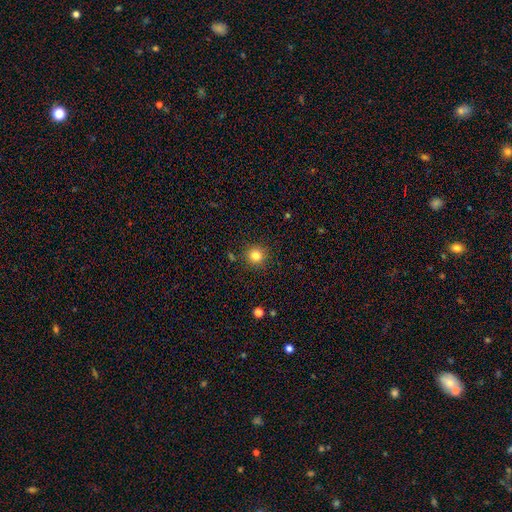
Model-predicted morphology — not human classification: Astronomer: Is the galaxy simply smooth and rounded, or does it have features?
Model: smooth — 82%.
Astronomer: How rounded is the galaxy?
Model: round — 94%.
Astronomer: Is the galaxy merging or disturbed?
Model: none — 89%.